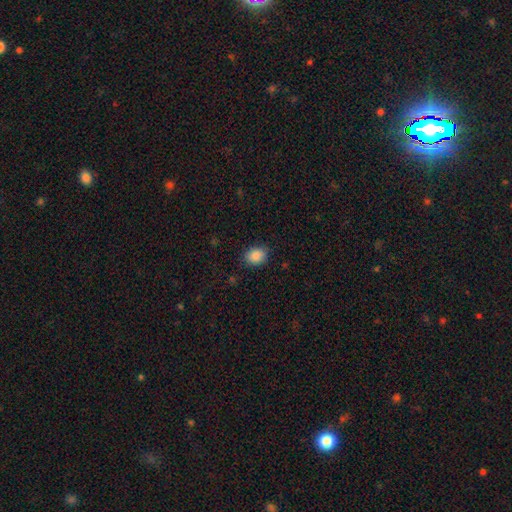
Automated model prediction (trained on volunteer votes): Smooth or featured?
  - smooth: 88% *
  - star or artifact: 8%
  - featured or disk: 3%
How rounded?
  - in between: 60% *
  - round: 39%
  - cigar-shaped: 1%
Merging?
  - none: 83% *
  - minor disturbance: 13%
  - major disturbance: 3%
  - merger: 1%